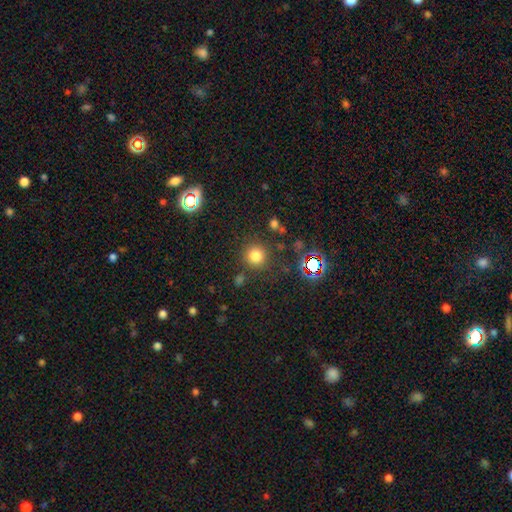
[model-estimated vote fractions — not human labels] Smooth or featured? smooth (75%)
How rounded? round (94%)
Merging? none (84%)